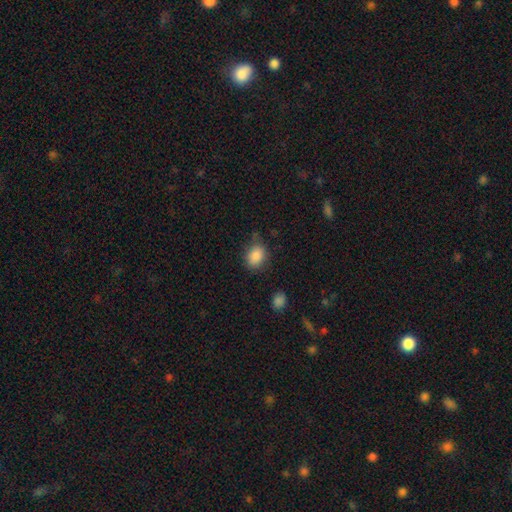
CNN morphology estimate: Smooth or featured? Predicted: smooth (p=0.87). How rounded? Predicted: in between (p=0.63). Merging? Predicted: none (p=0.73).